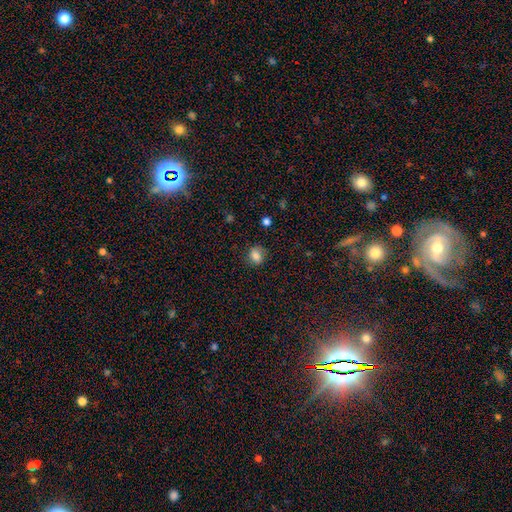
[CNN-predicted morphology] Smooth or featured? smooth (80%)
How rounded? round (61%)
Merging? none (78%)